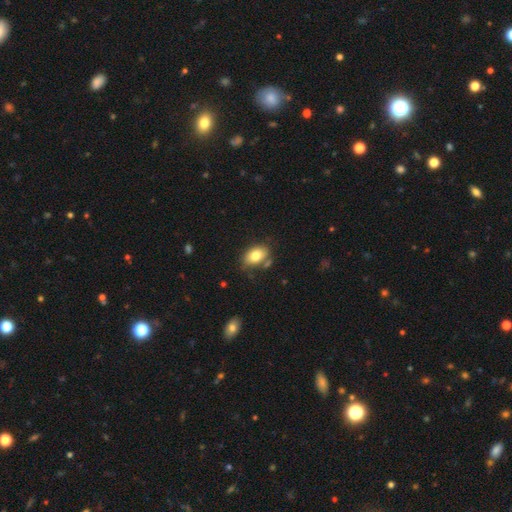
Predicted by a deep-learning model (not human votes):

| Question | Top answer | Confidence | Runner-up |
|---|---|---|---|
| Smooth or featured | smooth | 81% | featured or disk (12%) |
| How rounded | in between | 87% | round (12%) |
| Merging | none | 68% | minor disturbance (18%) |